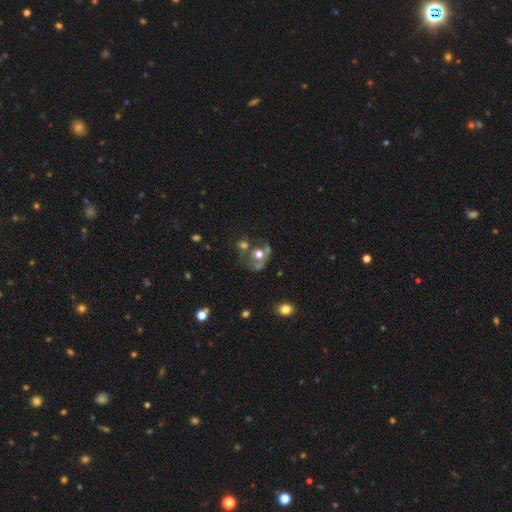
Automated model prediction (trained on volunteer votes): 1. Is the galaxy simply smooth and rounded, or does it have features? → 43% smooth, 29% featured or disk, 27% star or artifact.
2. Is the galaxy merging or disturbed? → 40% none (tied), 40% merger (tied), 11% minor disturbance, 9% major disturbance.